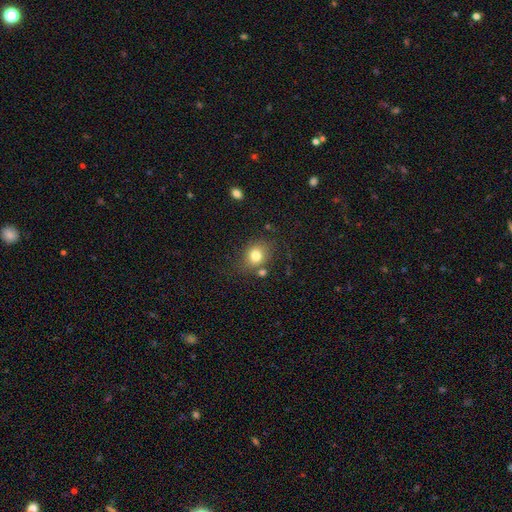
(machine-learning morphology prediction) Smooth or featured? smooth (79%)
How rounded? round (61%)
Merging? none (71%)